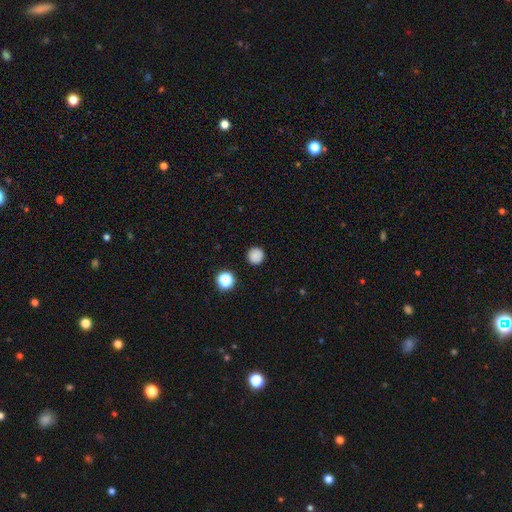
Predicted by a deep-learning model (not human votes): This is clearly a smooth galaxy (84%). How rounded: clearly round (95%). Merging: clearly none (90%).